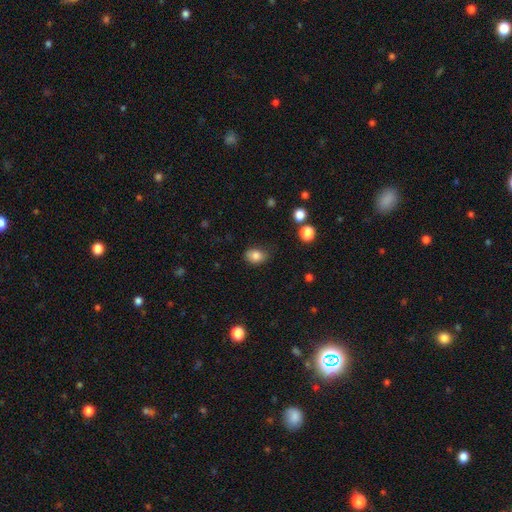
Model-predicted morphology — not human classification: This is clearly a smooth galaxy (81%). How rounded: likely in between (70%). Merging: likely none (69%).